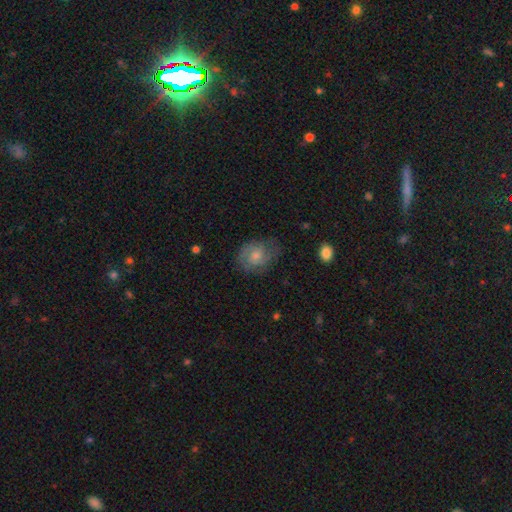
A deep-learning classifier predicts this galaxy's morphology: A featured or disk galaxy (54%) with no bar (63%), spiral arms (85%) and a small central bulge (46%).

Vote fractions:
- Smooth or featured? featured or disk: 54% / smooth: 35% / star or artifact: 11%
- Edge-on disk? no: 97% / yes: 3%
- Bar? no: 63% / weak: 32% / strong: 5%
- Spiral arms? yes: 85% / no: 15%
- Bulge size? small: 46% / moderate: 43% / none: 6% / large: 4% / dominant: 1%
- Merging? none: 70% / minor disturbance: 21% / major disturbance: 8% / merger: 1%